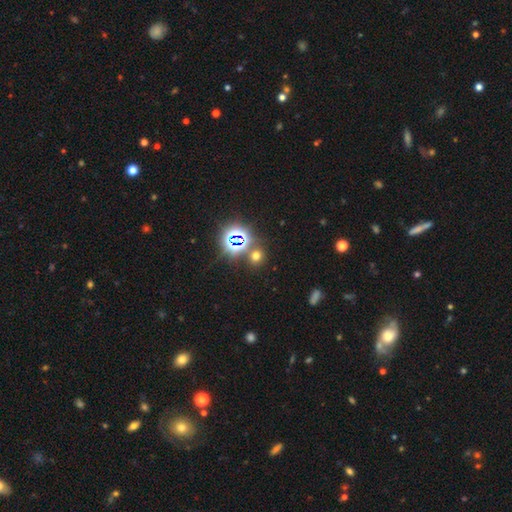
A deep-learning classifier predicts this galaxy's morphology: This is possibly a smooth galaxy (55%). How rounded: likely round (76%). Merging: likely none (78%).